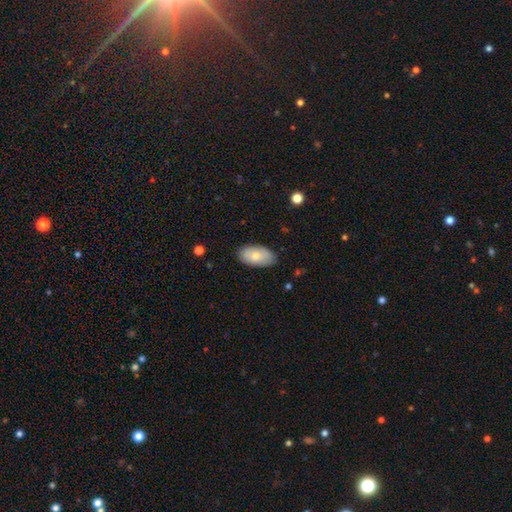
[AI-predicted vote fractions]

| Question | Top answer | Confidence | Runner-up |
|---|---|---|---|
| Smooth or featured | smooth | 79% | featured or disk (15%) |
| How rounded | in between | 95% | round (3%) |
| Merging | none | 85% | minor disturbance (12%) |